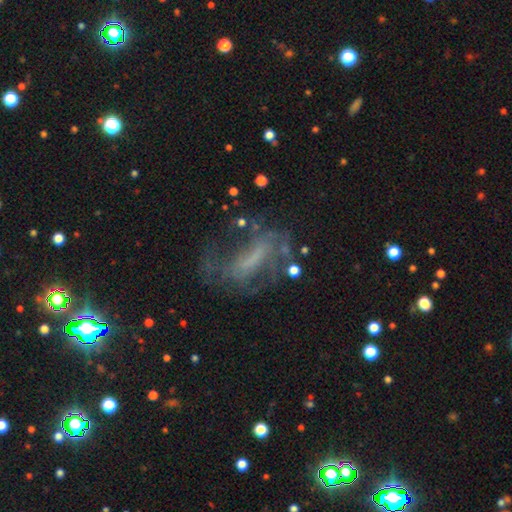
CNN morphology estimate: A featured or disk galaxy (57%) with no bar (35%), spiral arms (57%) and no central bulge (57%).

Vote fractions:
- Smooth or featured? featured or disk: 57% / smooth: 23% / star or artifact: 19%
- Edge-on disk? no: 89% / yes: 11%
- Bar? no: 35% / weak: 33% / strong: 31%
- Spiral arms? yes: 57% / no: 43%
- Bulge size? none: 57% / small: 20% / moderate: 16% / large: 5% / dominant: 2%
- Merging? none: 46% / major disturbance: 29% / minor disturbance: 20% / merger: 5%